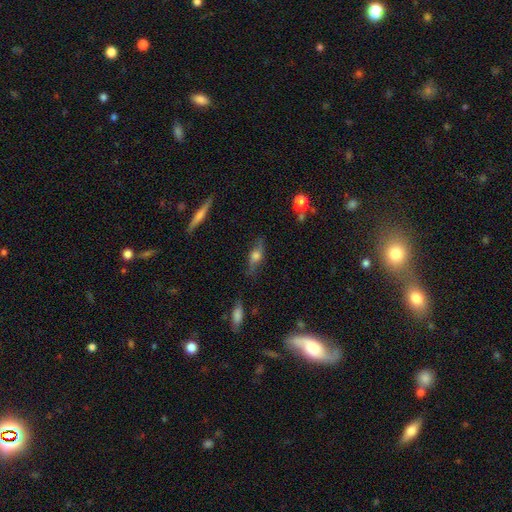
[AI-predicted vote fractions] A featured or disk galaxy (55%) viewed edge-on (72%). Merging: none (74%).